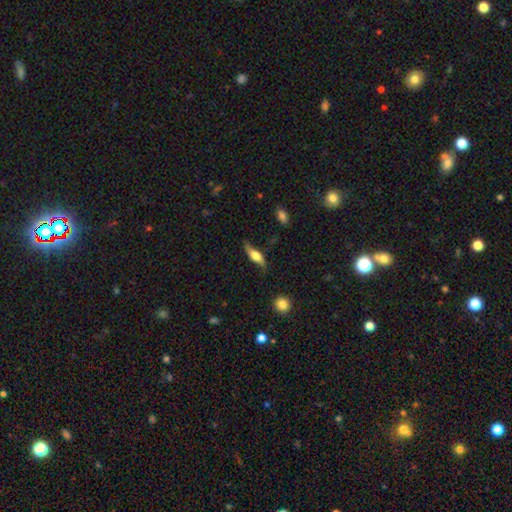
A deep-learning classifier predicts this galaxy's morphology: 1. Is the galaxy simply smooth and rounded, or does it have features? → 47% featured or disk (tied), 47% smooth (tied), 6% star or artifact.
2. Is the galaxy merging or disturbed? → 72% none, 21% minor disturbance, 5% major disturbance, 2% merger.